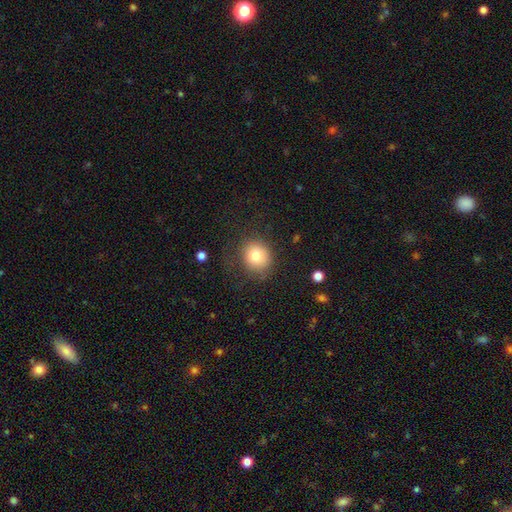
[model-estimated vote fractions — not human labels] Smooth or featured? smooth (78%)
How rounded? round (83%)
Merging? none (77%)